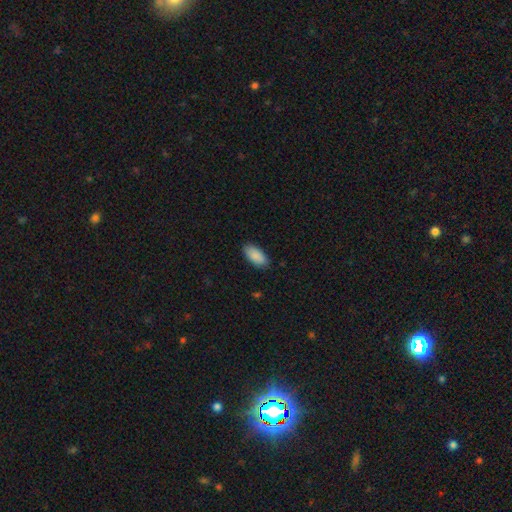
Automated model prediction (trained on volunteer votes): smooth_or_featured: smooth (p=0.90) [alt: star or artifact p=0.06]
how_rounded: in between (p=0.93) [alt: cigar-shaped p=0.06]
merging: none (p=0.87) [alt: minor disturbance p=0.10]